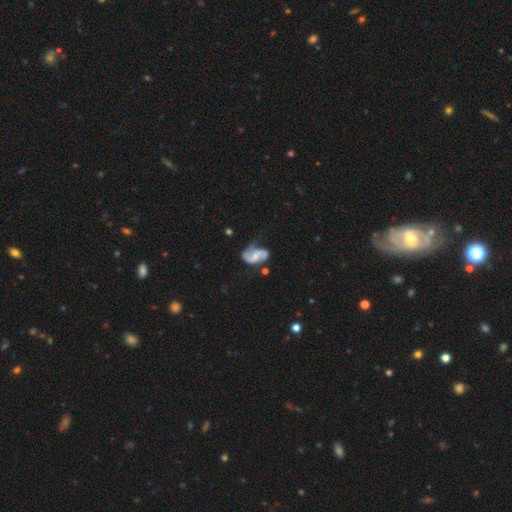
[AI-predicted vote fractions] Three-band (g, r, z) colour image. It shows a featured or disk galaxy (78%) with no bar (48%), 2 (83%) loose (42%, tied with medium) spiral arms (93%) and a small central bulge (43%). Merging: none (45%).